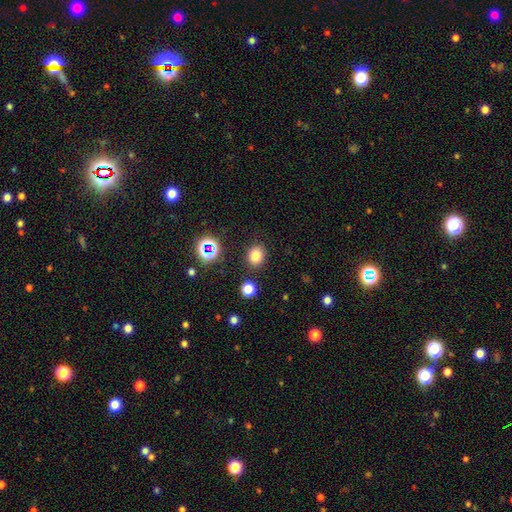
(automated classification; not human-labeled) Overall: smooth (77%). How rounded: round (61%; in between 38%). Merging: none (85%).